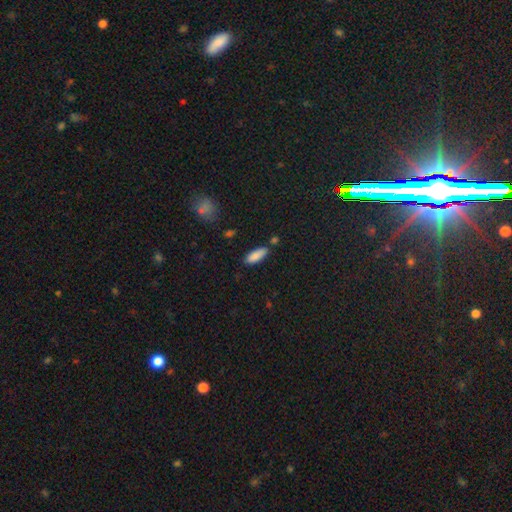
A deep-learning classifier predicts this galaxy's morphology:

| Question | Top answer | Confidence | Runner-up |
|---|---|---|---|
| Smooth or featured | smooth | 87% | star or artifact (7%) |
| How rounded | in between | 68% | cigar-shaped (30%) |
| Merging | none | 78% | minor disturbance (14%) |